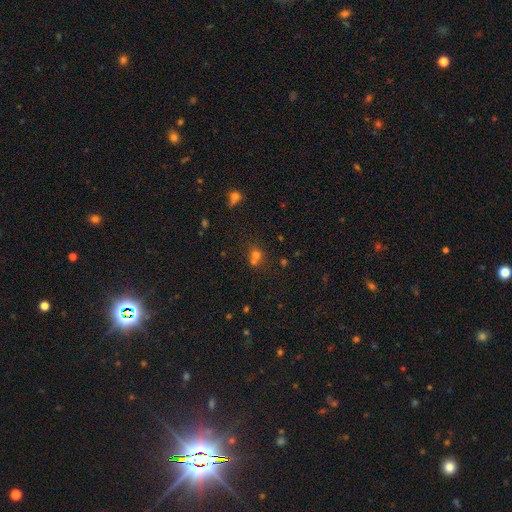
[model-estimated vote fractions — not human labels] Q: Smooth or featured?
A: smooth (62%); runner-up: star or artifact (26%)
Q: How rounded?
A: round (79%); runner-up: in between (20%)
Q: Merging?
A: none (46%); runner-up: merger (43%)